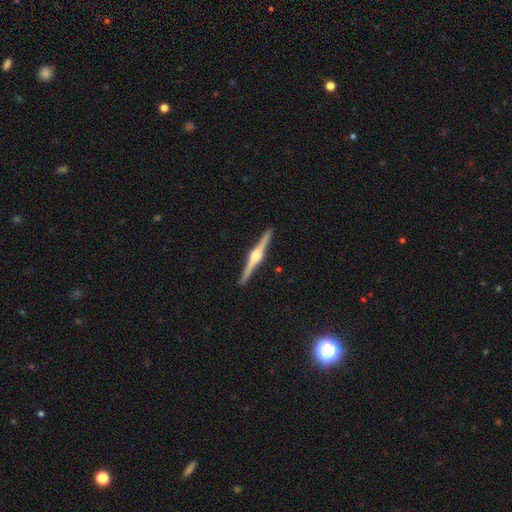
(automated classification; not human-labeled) smooth-or-featured: featured or disk: 86% | smooth: 9% | star or artifact: 4%
  disk-edge-on: yes: 99% | no: 1%
    edge-on-bulge: rounded: 94% | boxy: 4% | none: 2%
  merging: none: 92% | minor disturbance: 5% | major disturbance: 1% | merger: 1%